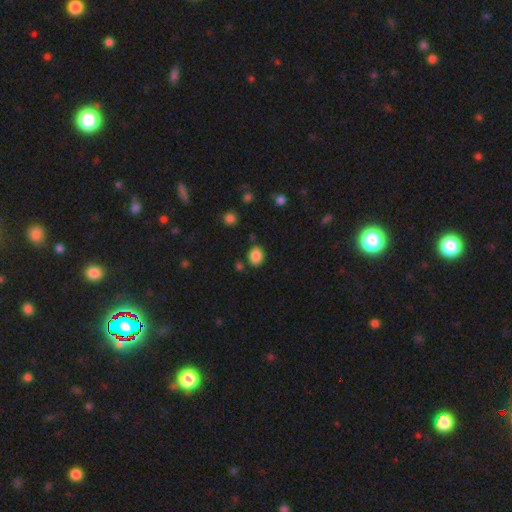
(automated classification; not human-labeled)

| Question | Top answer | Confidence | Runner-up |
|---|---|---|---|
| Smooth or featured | smooth | 86% | star or artifact (10%) |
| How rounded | round | 53% | in between (47%) |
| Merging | none | 80% | minor disturbance (12%) |